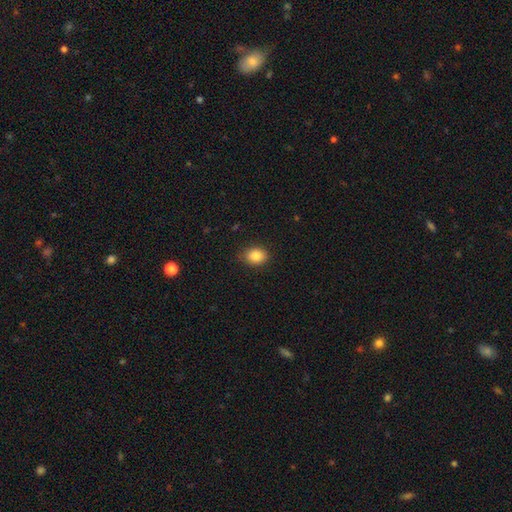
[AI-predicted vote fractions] A smooth galaxy with no disk features (86%) that is in between round and cigar-shaped (61%).

Vote fractions:
- Smooth or featured? smooth: 86% / star or artifact: 9% / featured or disk: 5%
- How rounded? in between: 61% / round: 38% / cigar-shaped: 1%
- Merging? none: 85% / minor disturbance: 12% / major disturbance: 2% / merger: 1%